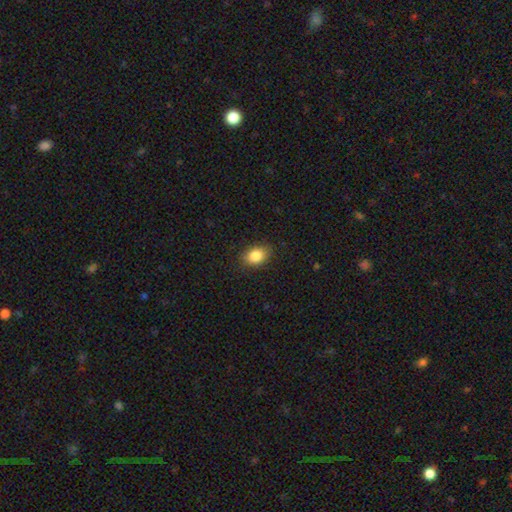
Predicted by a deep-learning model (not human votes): This is clearly a smooth galaxy (86%). How rounded: likely in between (76%). Merging: clearly none (86%).